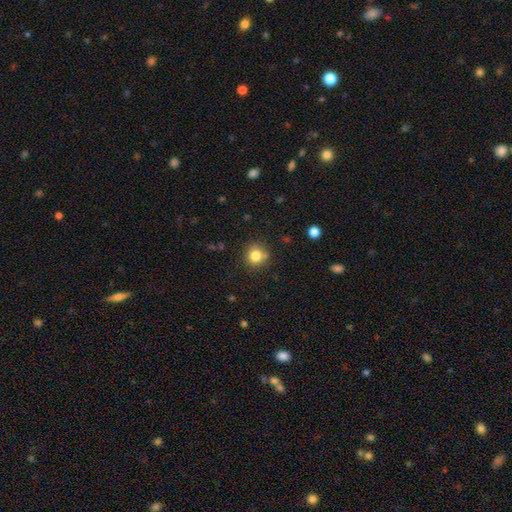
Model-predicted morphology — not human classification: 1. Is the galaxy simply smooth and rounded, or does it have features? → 80% smooth, 12% star or artifact, 8% featured or disk.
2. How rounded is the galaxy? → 91% round, 8% in between, 1% cigar-shaped.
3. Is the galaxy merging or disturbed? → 80% none, 11% minor disturbance, 6% merger, 3% major disturbance.